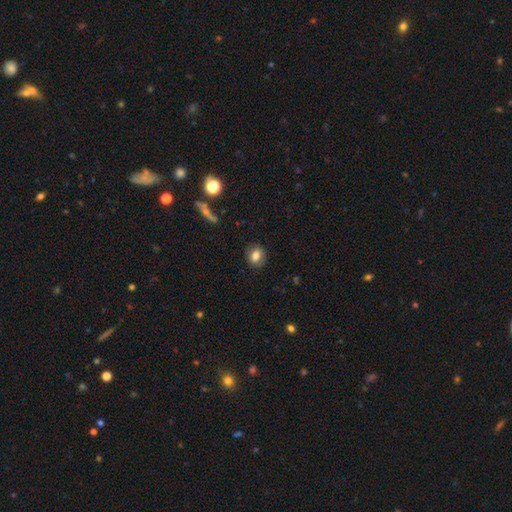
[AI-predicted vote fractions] Morphology: type=smooth (76%); roundness=round (54%); merging=none (84%).